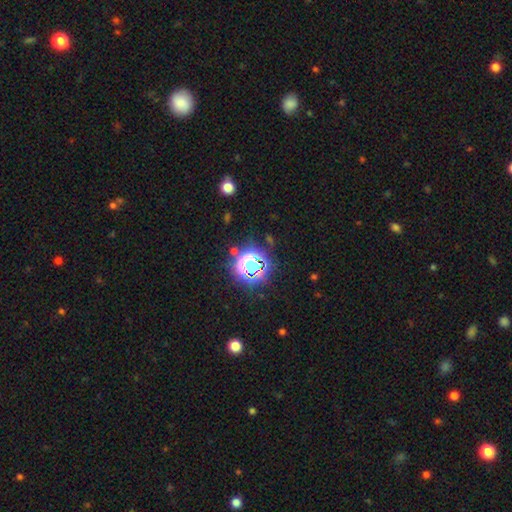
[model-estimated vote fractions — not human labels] Smooth or featured? star or artifact (78%)